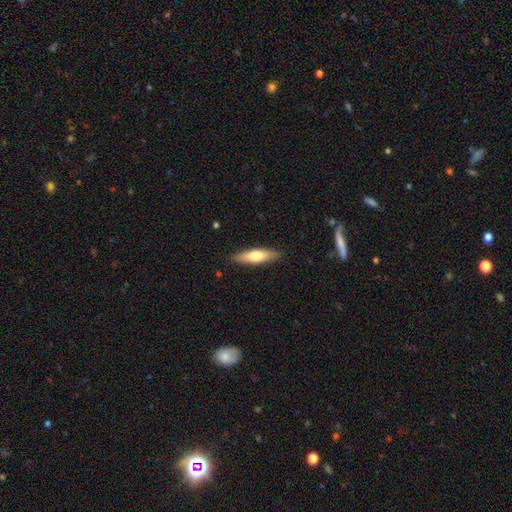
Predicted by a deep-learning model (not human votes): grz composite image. It shows a smooth galaxy with no disk features (63%) that is cigar-shaped (68%). Merging: none (88%).